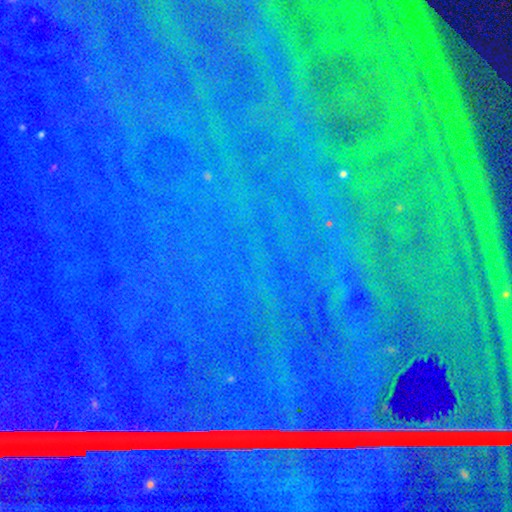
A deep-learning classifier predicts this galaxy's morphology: Smooth or featured? Predicted: star or artifact (p=0.88).